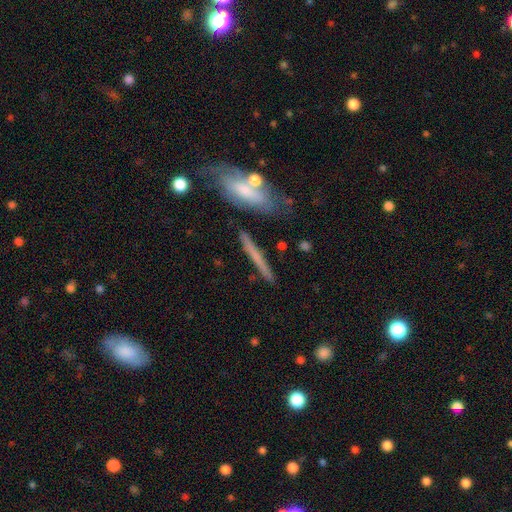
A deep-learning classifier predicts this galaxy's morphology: type=smooth (52%); roundness=cigar-shaped (91%); merging=none (79%).